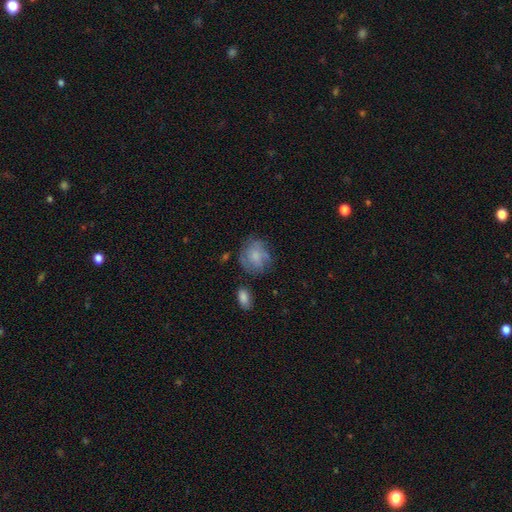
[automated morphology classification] smooth-or-featured: smooth: 63% | featured or disk: 28% | star or artifact: 9%
  how-rounded: round: 68% | in between: 30% | cigar-shaped: 1%
  merging: none: 60% | minor disturbance: 24% | major disturbance: 12% | merger: 4%